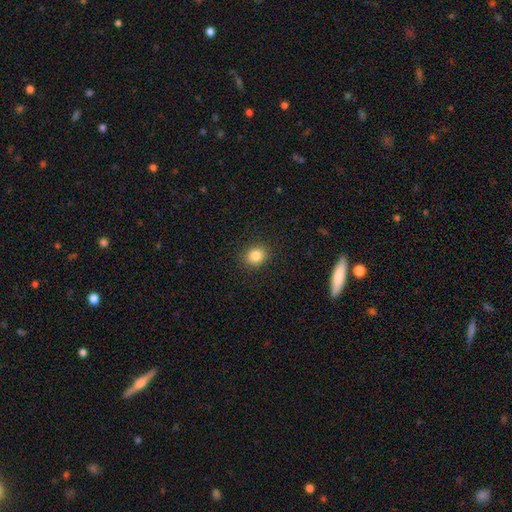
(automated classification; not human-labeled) smooth-or-featured: smooth: 84% | star or artifact: 11% | featured or disk: 5%
  how-rounded: round: 70% | in between: 29% | cigar-shaped: 1%
  merging: none: 89% | minor disturbance: 7% | major disturbance: 2% | merger: 1%